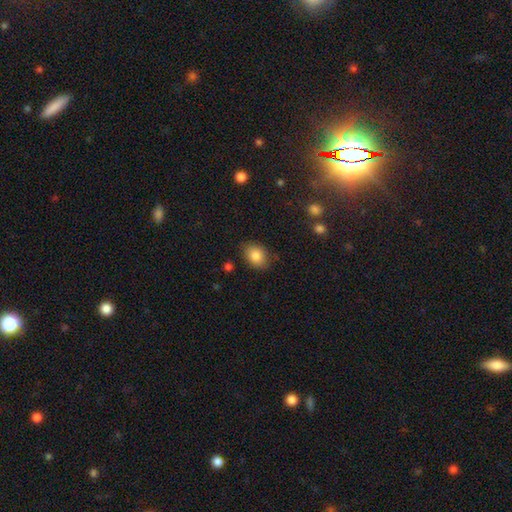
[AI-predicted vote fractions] Smooth or featured? Predicted: smooth (p=0.85). How rounded? Predicted: in between (p=0.66). Merging? Predicted: none (p=0.81).